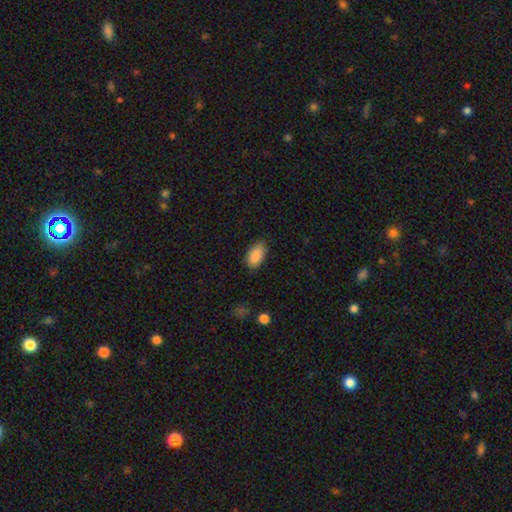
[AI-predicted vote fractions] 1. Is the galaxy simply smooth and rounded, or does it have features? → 89% smooth, 7% star or artifact, 4% featured or disk.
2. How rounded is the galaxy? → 93% in between, 4% round, 3% cigar-shaped.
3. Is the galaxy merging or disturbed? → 82% none, 14% minor disturbance, 3% major disturbance, 1% merger.